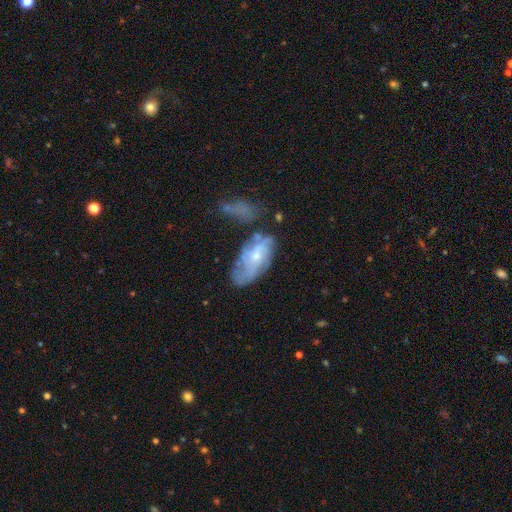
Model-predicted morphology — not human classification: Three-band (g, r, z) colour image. It shows a featured or disk galaxy (65%) with no bar (73%), spiral arms (75%) and a small central bulge (61%). Merging: none (50%).